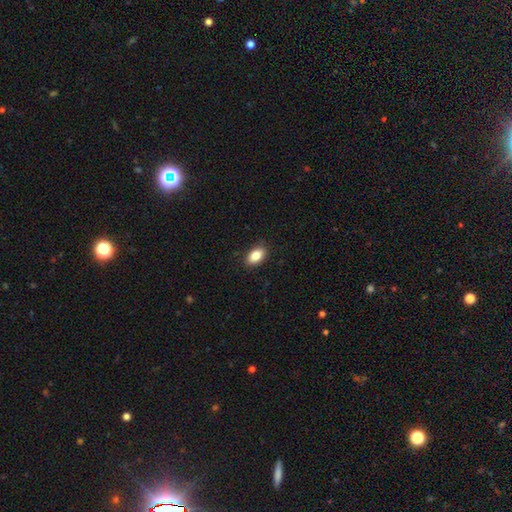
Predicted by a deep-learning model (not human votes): Smooth or featured?
  - smooth: 86% *
  - star or artifact: 8%
  - featured or disk: 7%
How rounded?
  - in between: 91% *
  - round: 6%
  - cigar-shaped: 2%
Merging?
  - none: 89% *
  - minor disturbance: 8%
  - major disturbance: 2%
  - merger: 1%